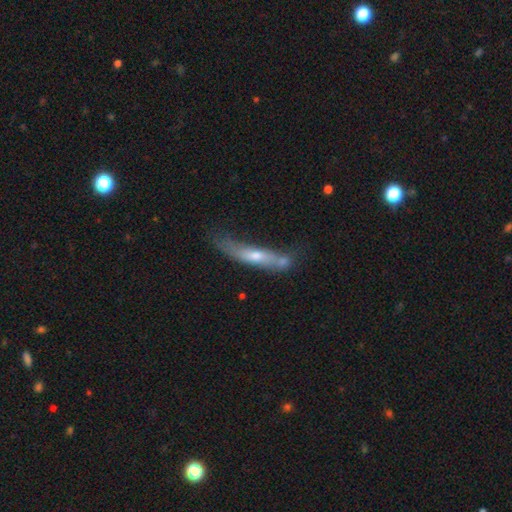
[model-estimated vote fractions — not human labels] smooth-or-featured: smooth: 47% | featured or disk: 46% | star or artifact: 7%
  merging: none: 36% | minor disturbance: 26% | merger: 22% | major disturbance: 16%